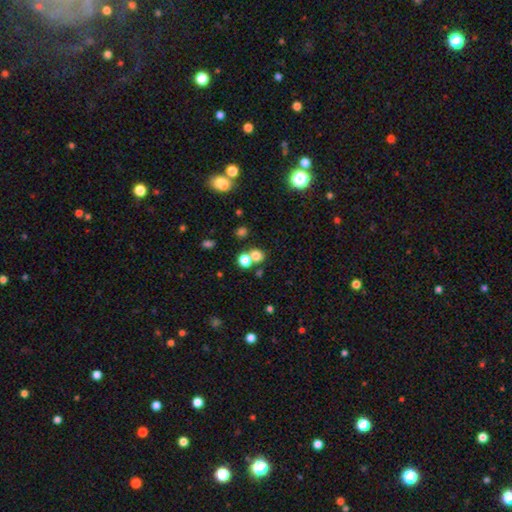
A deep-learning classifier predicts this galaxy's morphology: This is likely a smooth galaxy (74%). How rounded: likely round (77%). Merging: possibly none (54%).